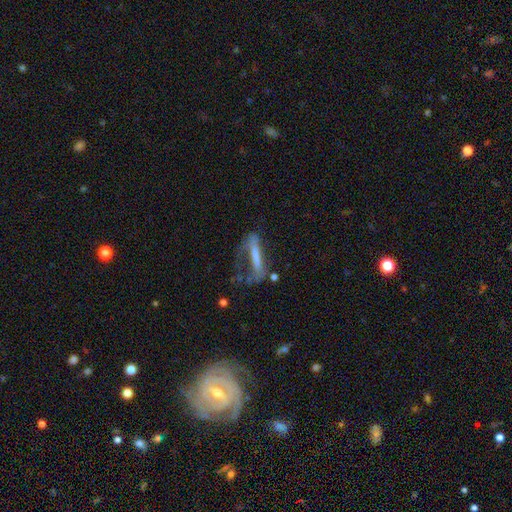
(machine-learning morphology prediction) This appears to be a featured or disk galaxy (50%). Merging: major disturbance (43%).